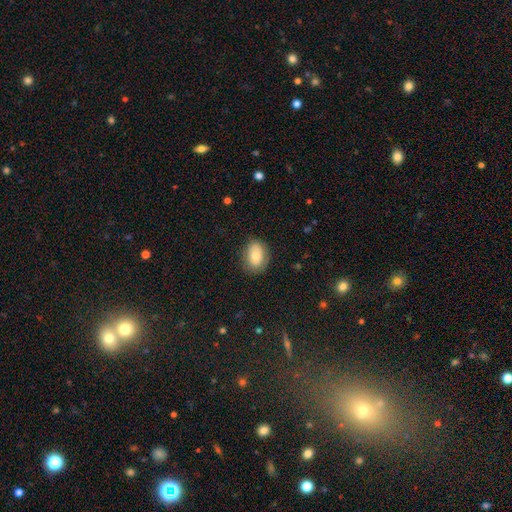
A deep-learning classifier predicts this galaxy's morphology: smooth-or-featured: smooth: 76% | featured or disk: 17% | star or artifact: 8%
  how-rounded: in between: 75% | round: 24% | cigar-shaped: 1%
  merging: none: 81% | minor disturbance: 14% | major disturbance: 4% | merger: 1%